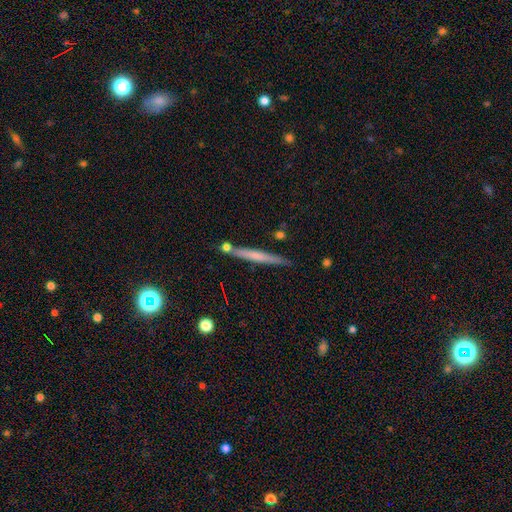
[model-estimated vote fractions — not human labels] This is possibly a smooth galaxy (49%). Merging: clearly none (82%).